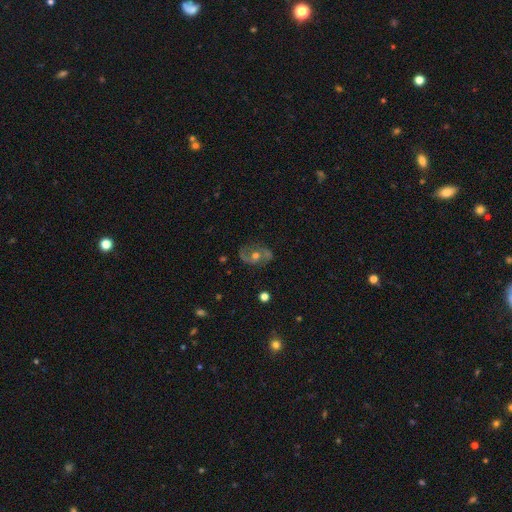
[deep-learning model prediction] Overall: featured or disk (75%). Edge-on disk: no (96%). Bar: no (65%; weak 27%). Spiral arms: yes (86%). Spiral arm count: 2 (86%). Spiral winding: medium (48%; loose 34%). Bulge size: moderate (71%). Merging: none (73%).